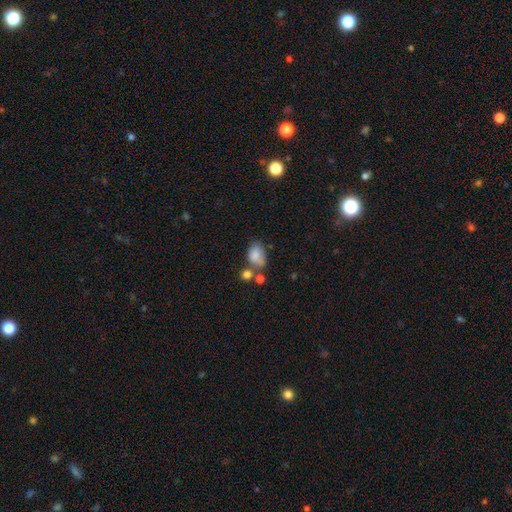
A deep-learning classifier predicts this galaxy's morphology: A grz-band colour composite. It shows a smooth galaxy with no disk features (81%) that is in between round and cigar-shaped (82%). Merging: none (40%).